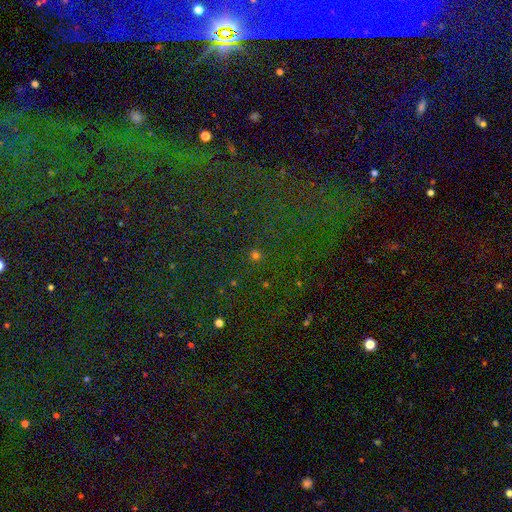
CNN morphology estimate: This appears to be a smooth galaxy with no disk features (52%) that is round (92%). Merging: none (88%).